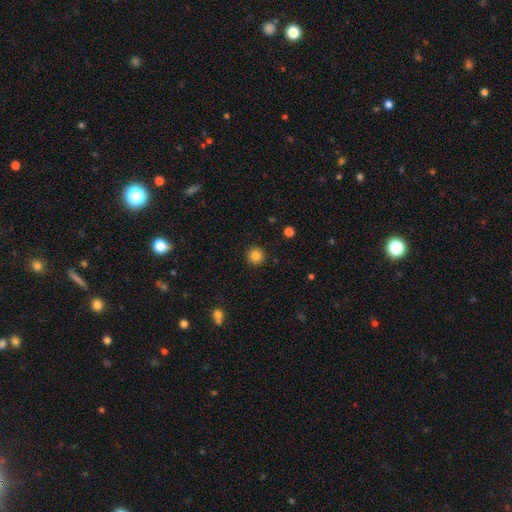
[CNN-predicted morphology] Smooth or featured?
  - smooth: 85% *
  - star or artifact: 11%
  - featured or disk: 5%
How rounded?
  - round: 95% *
  - in between: 4%
  - cigar-shaped: 1%
Merging?
  - none: 92% *
  - minor disturbance: 5%
  - major disturbance: 2%
  - merger: 1%